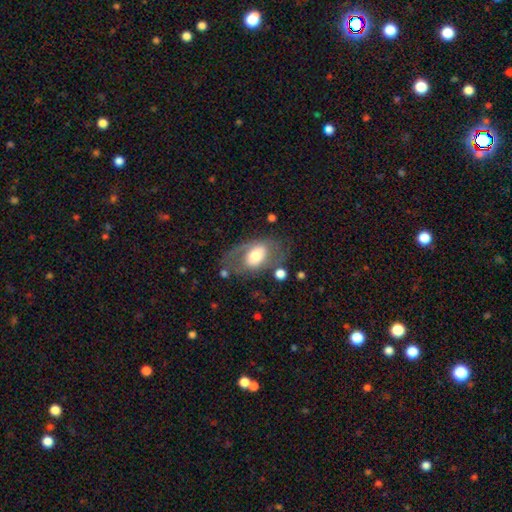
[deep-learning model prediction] The model was most divided on "smooth or featured": featured or disk: 50%, smooth: 42%, star or artifact: 7%. More confident: edge-on disk — no (92%); merging — none (55%).